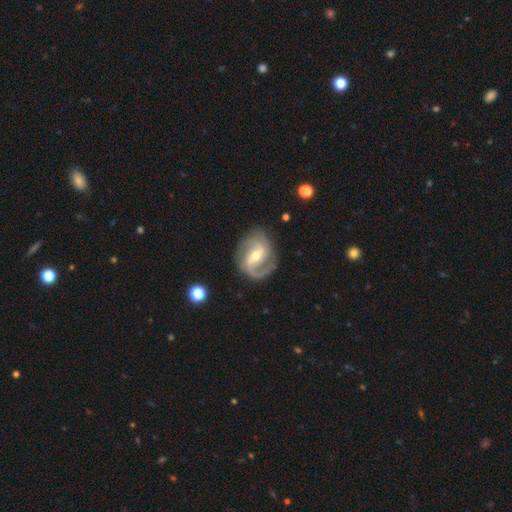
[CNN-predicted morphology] Smooth or featured? featured or disk (89%)
Edge-on disk? no (97%)
Bar? weak (47%)
Spiral arms? yes (97%)
Spiral winding? medium (52%)
Spiral arm count? 2 (76%)
Bulge size? moderate (55%)
Merging? none (78%)